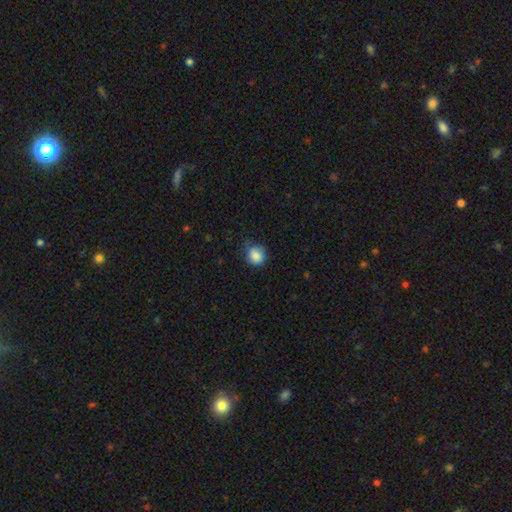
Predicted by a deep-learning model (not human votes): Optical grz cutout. It shows a smooth galaxy with no disk features (84%) that is round (79%). Merging: none (66%).